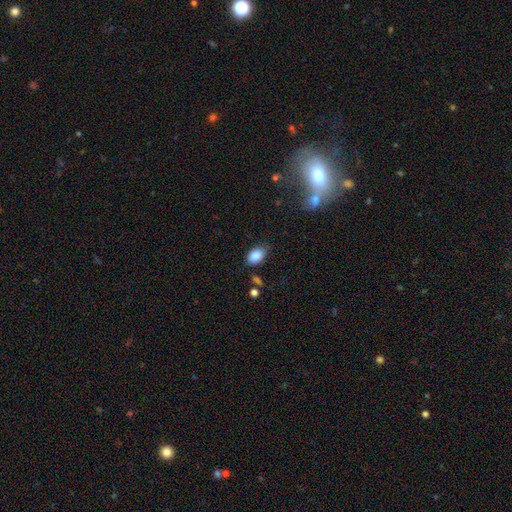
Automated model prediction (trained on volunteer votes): Q: Smooth or featured?
A: smooth (87%); runner-up: star or artifact (8%)
Q: How rounded?
A: in between (86%); runner-up: round (13%)
Q: Merging?
A: none (69%); runner-up: minor disturbance (23%)